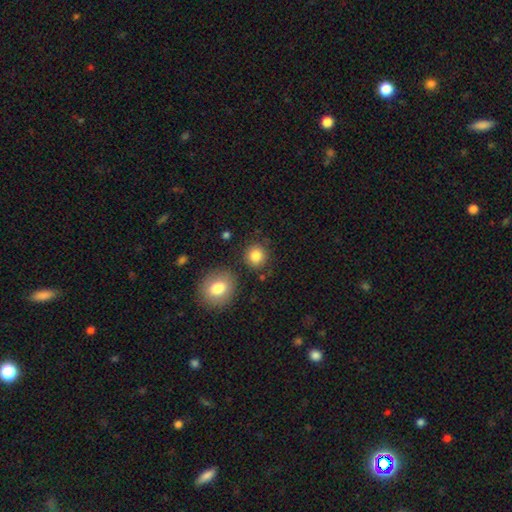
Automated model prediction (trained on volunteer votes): This is clearly a smooth galaxy (83%). How rounded: clearly round (89%). Merging: clearly none (83%).